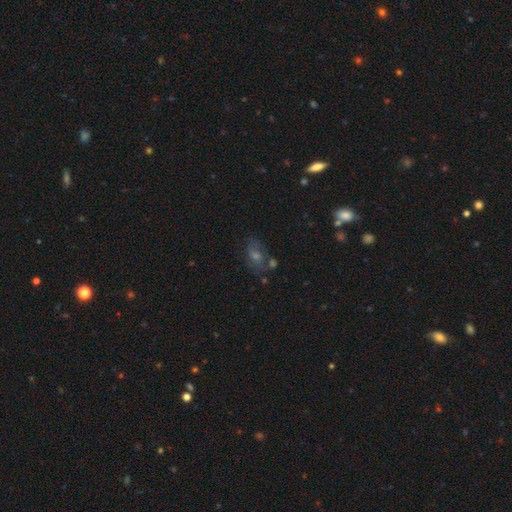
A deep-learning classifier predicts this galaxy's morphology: This appears to be a smooth galaxy with no disk features (37%). Merging: none (63%).